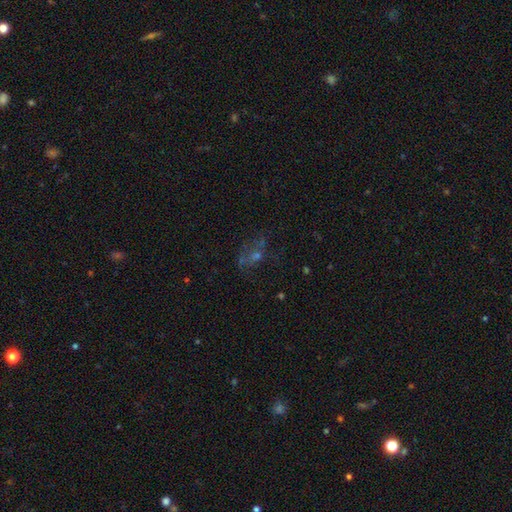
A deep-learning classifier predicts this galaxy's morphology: Smooth or featured? Predicted: featured or disk (p=0.38). Merging? Predicted: none (p=0.47).